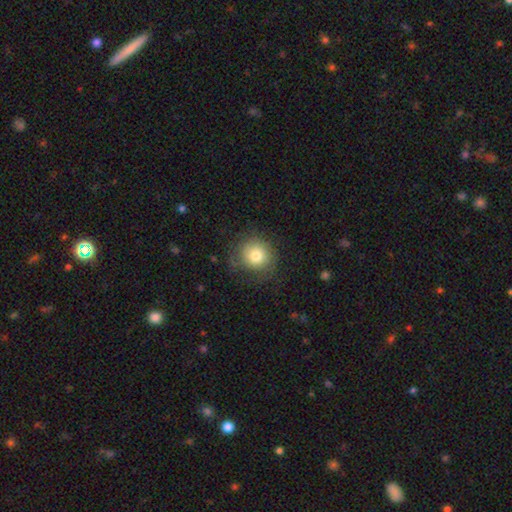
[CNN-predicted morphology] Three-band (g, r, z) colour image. It shows a smooth galaxy with no disk features (77%) that is round (90%). Merging: none (75%).